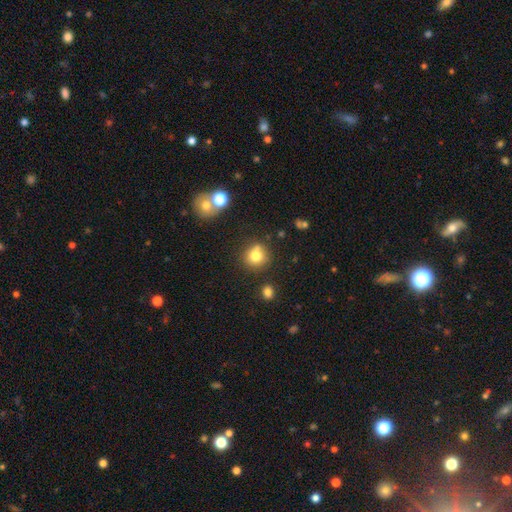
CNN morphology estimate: Smooth or featured? smooth (78%)
How rounded? round (86%)
Merging? none (69%)